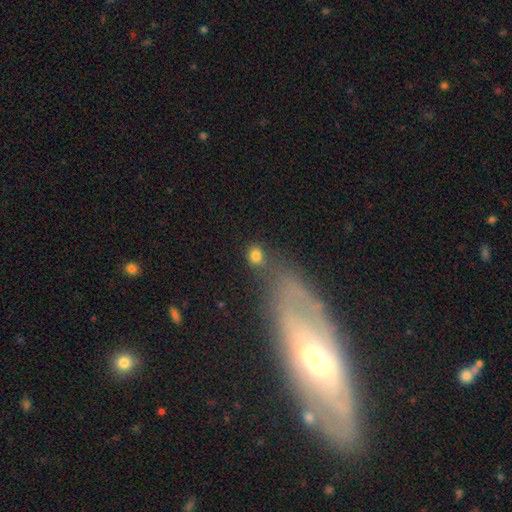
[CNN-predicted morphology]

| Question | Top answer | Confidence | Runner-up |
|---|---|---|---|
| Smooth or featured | smooth | 79% | star or artifact (13%) |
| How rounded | round | 75% | in between (23%) |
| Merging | none | 65% | merger (15%) |